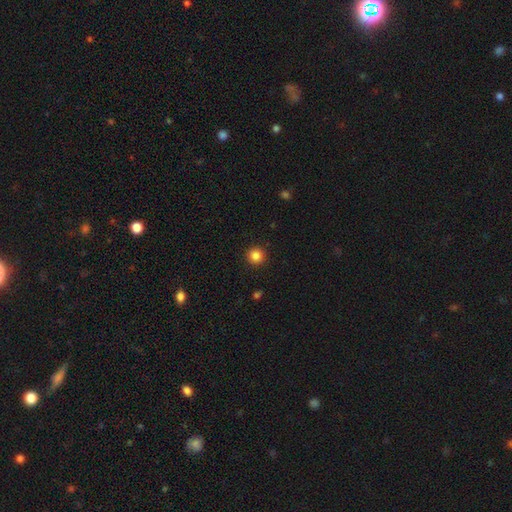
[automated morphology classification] Smooth or featured: smooth — 86% (star or artifact — 11%)
How rounded: round — 95% (in between — 4%)
Merging: none — 93% (minor disturbance — 5%)